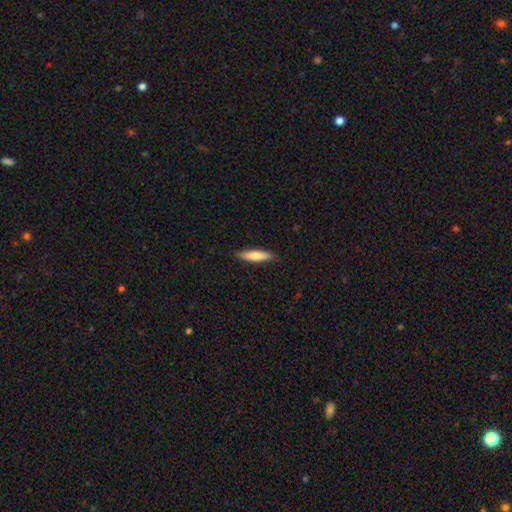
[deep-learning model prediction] A smooth galaxy with no disk features (75%) that is cigar-shaped (78%).

Vote fractions:
- Smooth or featured? smooth: 75% / featured or disk: 19% / star or artifact: 5%
- How rounded? cigar-shaped: 78% / in between: 20% / round: 1%
- Merging? none: 86% / minor disturbance: 11% / major disturbance: 2% / merger: 1%